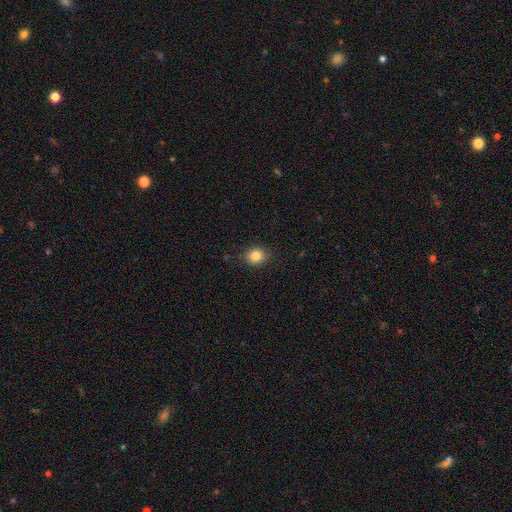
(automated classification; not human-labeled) Smooth or featured? smooth (83%)
How rounded? round (66%)
Merging? none (86%)